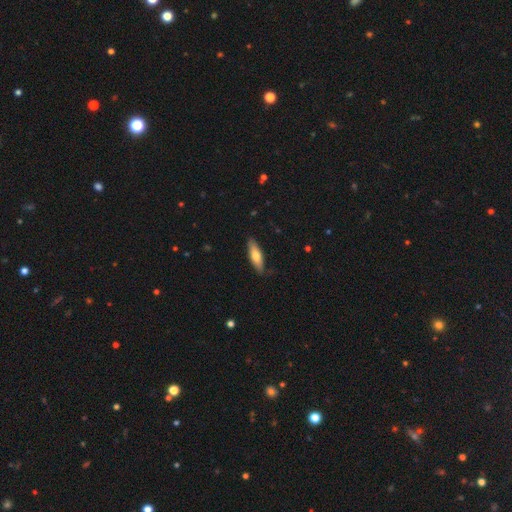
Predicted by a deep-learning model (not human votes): Smooth or featured: smooth — 66% (featured or disk — 29%)
How rounded: cigar-shaped — 57% (in between — 41%)
Merging: none — 85% (minor disturbance — 12%)